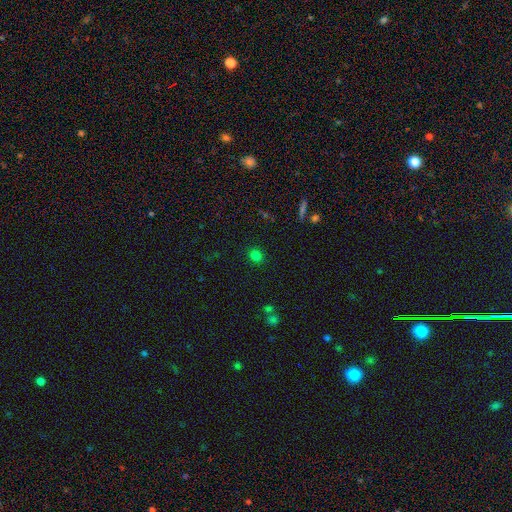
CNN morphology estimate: Smooth or featured? smooth (78%)
How rounded? round (78%)
Merging? none (88%)